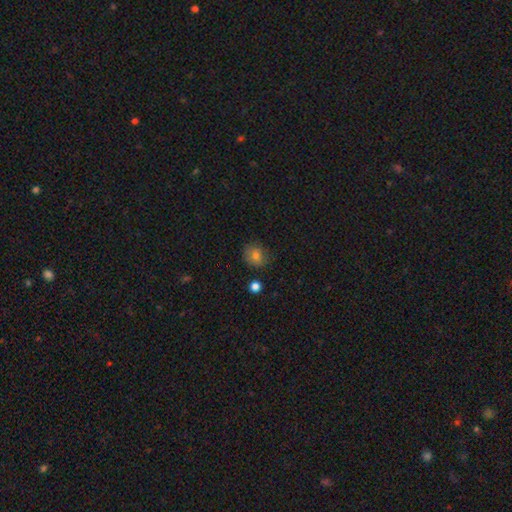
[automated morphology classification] smooth-or-featured: smooth: 77% | star or artifact: 12% | featured or disk: 11%
  how-rounded: round: 67% | in between: 32% | cigar-shaped: 1%
  merging: none: 74% | minor disturbance: 18% | major disturbance: 5% | merger: 3%